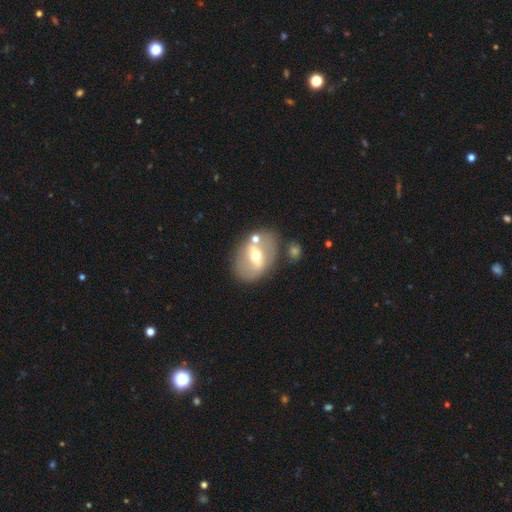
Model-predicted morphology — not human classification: A featured or disk galaxy (59%) with a strong bar (49%), no spiral arms (79%) and a moderate central bulge (71%).

Vote fractions:
- Smooth or featured? featured or disk: 59% / smooth: 34% / star or artifact: 7%
- Edge-on disk? no: 88% / yes: 12%
- Bar? strong: 49% / weak: 33% / no: 17%
- Spiral arms? no: 79% / yes: 21%
- Bulge size? moderate: 71% / small: 17% / large: 9% / dominant: 1% / none: 1%
- Merging? none: 69% / minor disturbance: 14% / merger: 11% / major disturbance: 6%